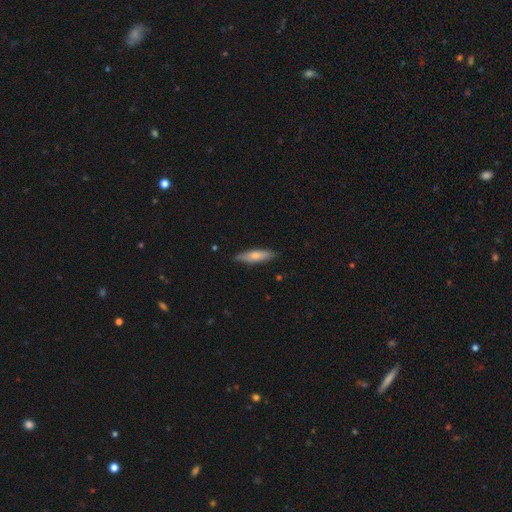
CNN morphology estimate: smooth-or-featured: smooth: 67% | featured or disk: 27% | star or artifact: 6%
  how-rounded: cigar-shaped: 72% | in between: 27% | round: 2%
  merging: none: 86% | minor disturbance: 11% | major disturbance: 2% | merger: 1%